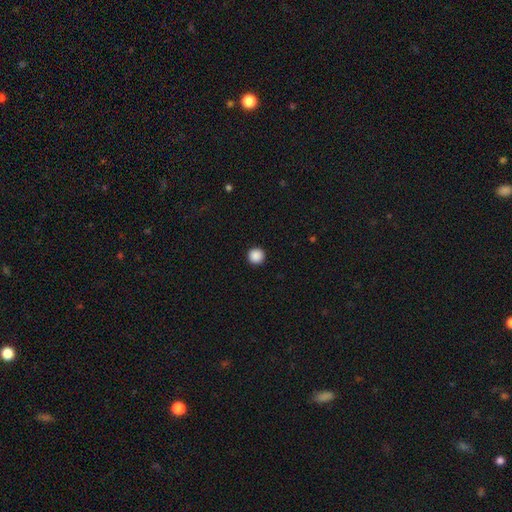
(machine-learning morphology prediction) smooth-or-featured: smooth: 89% | star or artifact: 9% | featured or disk: 2%
  how-rounded: round: 96% | in between: 3% | cigar-shaped: 1%
  merging: none: 94% | minor disturbance: 4% | major disturbance: 1% | merger: 1%